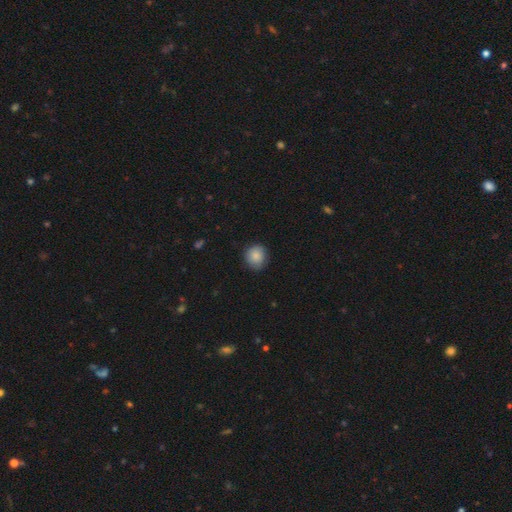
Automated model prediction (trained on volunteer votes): This is clearly a smooth galaxy (87%). How rounded: clearly round (87%). Merging: clearly none (84%).